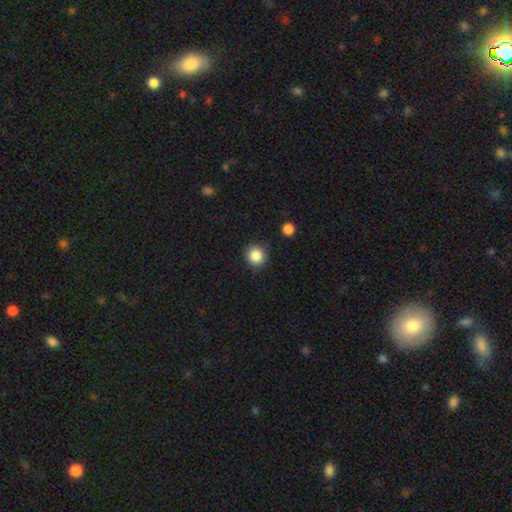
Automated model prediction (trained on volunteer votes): Overall: smooth (86%). How rounded: round (92%). Merging: none (88%).